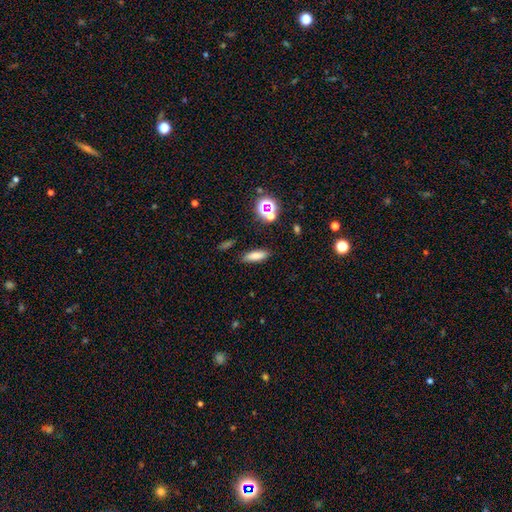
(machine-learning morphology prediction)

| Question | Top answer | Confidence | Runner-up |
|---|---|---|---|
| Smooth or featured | smooth | 76% | star or artifact (14%) |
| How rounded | in between | 50% | cigar-shaped (46%) |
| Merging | none | 85% | minor disturbance (9%) |